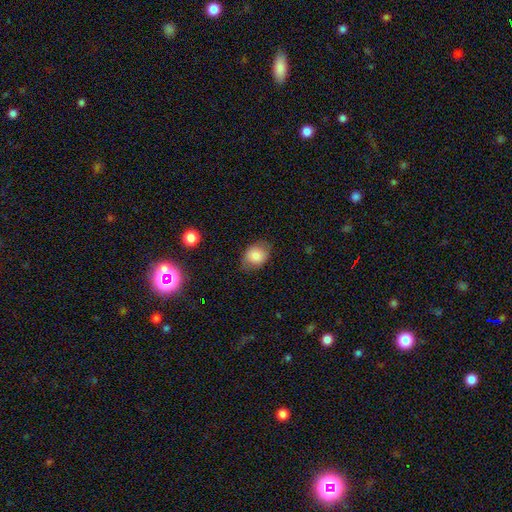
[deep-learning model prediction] smooth_or_featured: smooth (p=0.80) [alt: featured or disk p=0.11]
how_rounded: in between (p=0.56) [alt: round p=0.43]
merging: none (p=0.72) [alt: minor disturbance p=0.21]